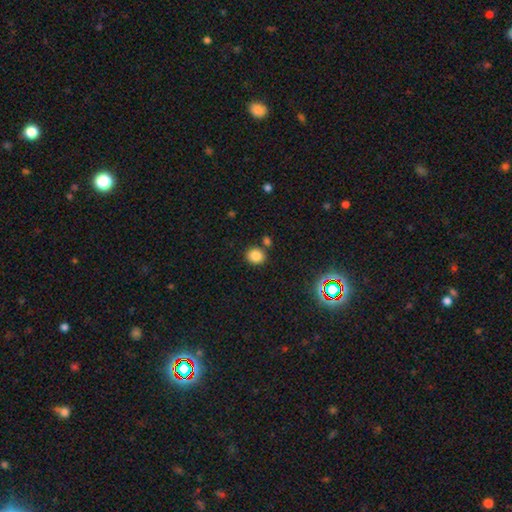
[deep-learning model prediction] Overall: smooth (84%). How rounded: round (74%). Merging: none (78%).